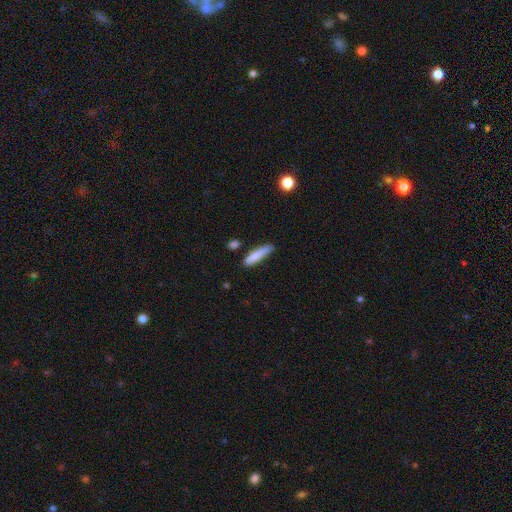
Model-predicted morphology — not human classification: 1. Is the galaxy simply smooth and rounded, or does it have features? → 83% smooth, 11% featured or disk, 6% star or artifact.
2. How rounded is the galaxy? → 81% cigar-shaped, 18% in between, 2% round.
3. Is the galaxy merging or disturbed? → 68% none, 23% minor disturbance, 4% major disturbance, 4% merger.